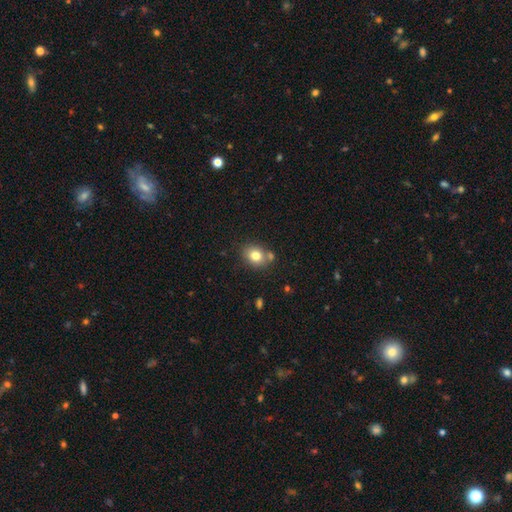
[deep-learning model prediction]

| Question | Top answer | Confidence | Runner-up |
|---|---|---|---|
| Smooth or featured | smooth | 79% | star or artifact (11%) |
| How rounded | round | 56% | in between (44%) |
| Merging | none | 69% | merger (14%) |